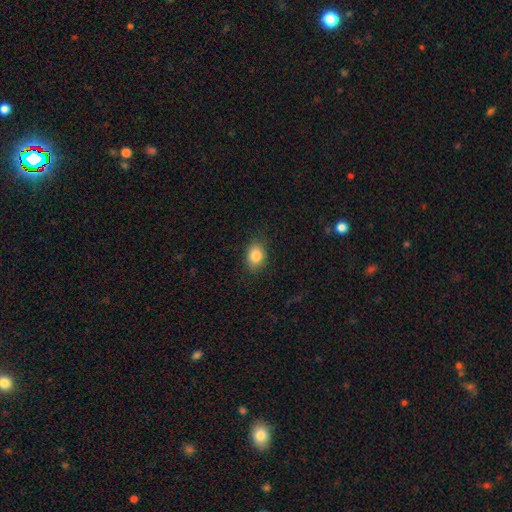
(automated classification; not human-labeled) Overall: smooth (85%). How rounded: in between (71%). Merging: none (86%).